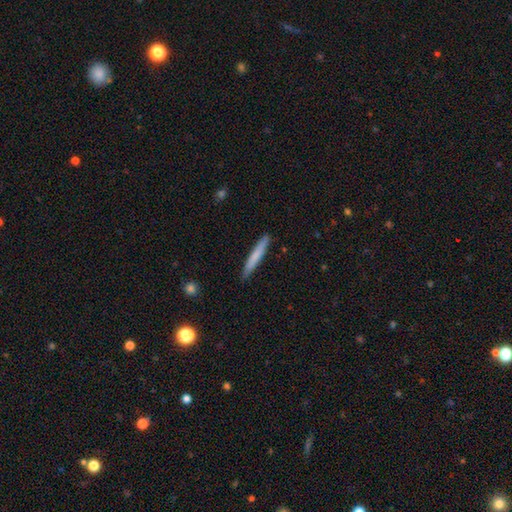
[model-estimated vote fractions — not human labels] A smooth galaxy with no disk features (71%) that is cigar-shaped (96%). Merging: none (89%).